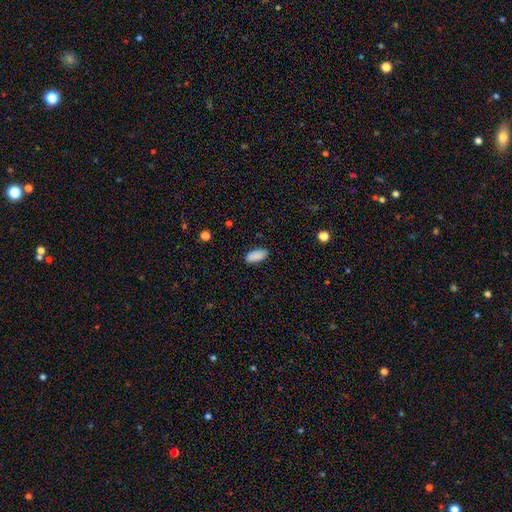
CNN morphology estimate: Smooth or featured?
  - smooth: 89% *
  - star or artifact: 7%
  - featured or disk: 4%
How rounded?
  - in between: 88% *
  - cigar-shaped: 10%
  - round: 2%
Merging?
  - none: 87% *
  - minor disturbance: 10%
  - major disturbance: 2%
  - merger: 1%